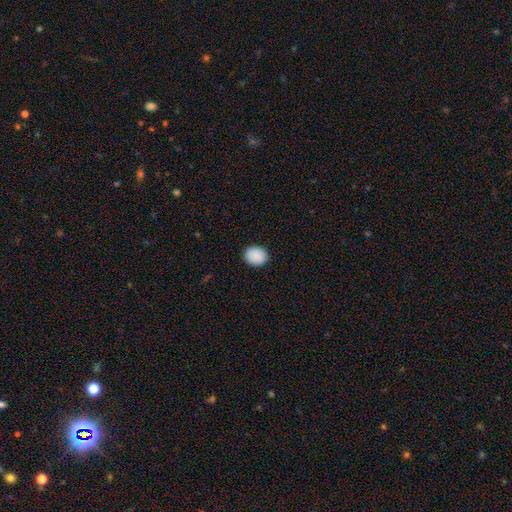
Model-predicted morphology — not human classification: type=smooth (89%); roundness=round (62%); merging=none (90%).